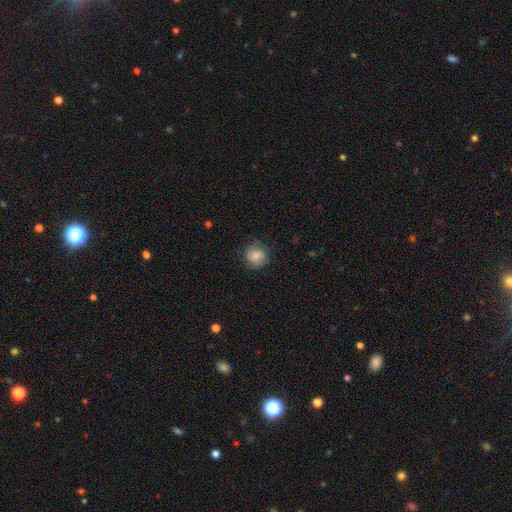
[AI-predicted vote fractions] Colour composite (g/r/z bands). It shows a smooth galaxy with no disk features (78%) that is round (87%). Merging: none (79%).